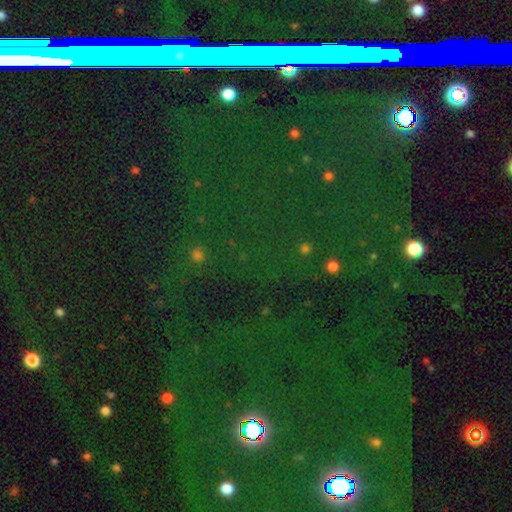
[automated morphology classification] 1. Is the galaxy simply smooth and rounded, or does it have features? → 77% star or artifact, 14% smooth, 9% featured or disk.